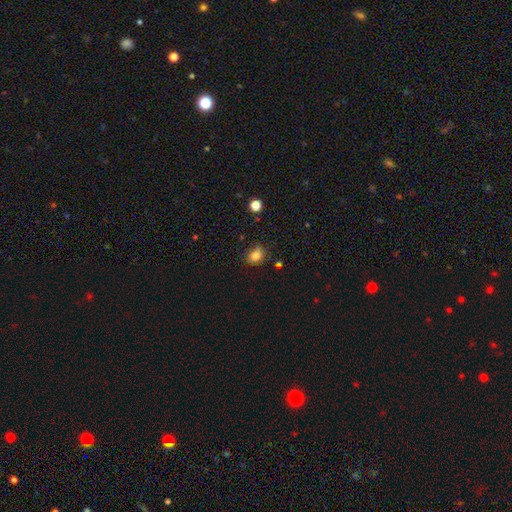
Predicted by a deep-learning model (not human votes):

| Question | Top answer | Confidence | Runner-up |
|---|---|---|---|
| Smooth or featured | smooth | 81% | star or artifact (12%) |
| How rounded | in between | 55% | round (44%) |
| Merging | none | 68% | minor disturbance (23%) |